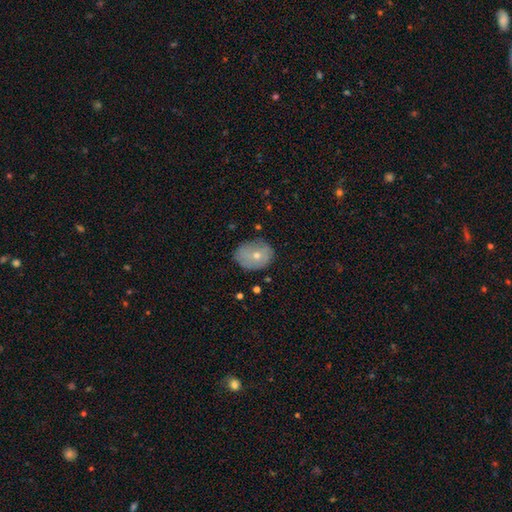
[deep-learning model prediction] smooth_or_featured: smooth (p=0.66) [alt: featured or disk p=0.26]
how_rounded: in between (p=0.52) [alt: round p=0.47]
merging: none (p=0.69) [alt: minor disturbance p=0.23]